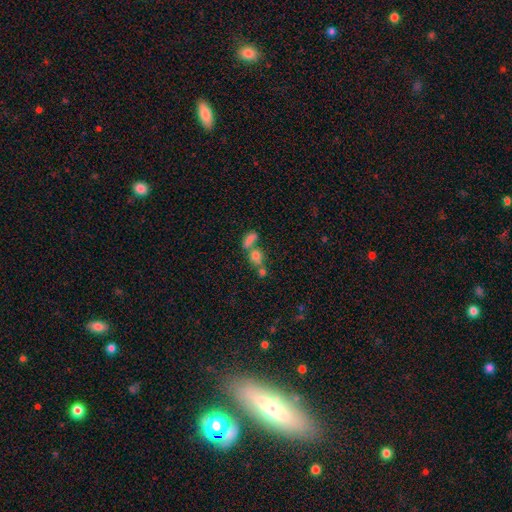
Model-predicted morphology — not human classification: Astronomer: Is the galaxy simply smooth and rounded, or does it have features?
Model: smooth — 73%.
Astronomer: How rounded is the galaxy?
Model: round — 62%.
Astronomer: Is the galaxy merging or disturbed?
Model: merger — 47% (runner-up: none, 38%).